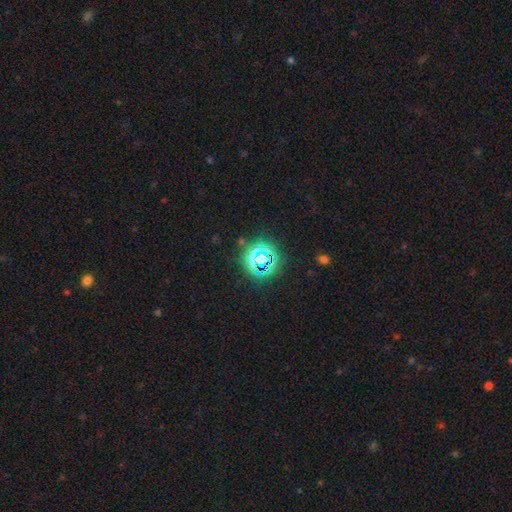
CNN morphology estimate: This is likely a star or artifact rather than a galaxy (75%).